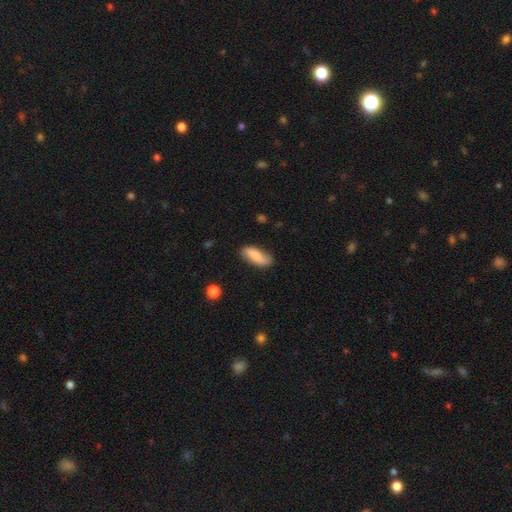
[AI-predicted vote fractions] smooth 71%, featured or disk 23%, star or artifact 6%. Down the decision tree: how rounded — in between (75%); merging — none (77%).